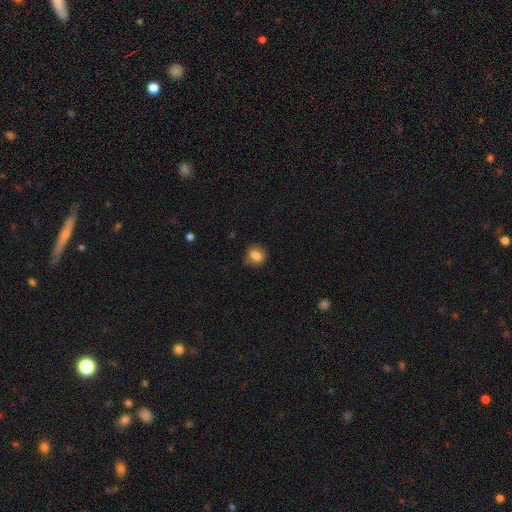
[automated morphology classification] Smooth or featured? Predicted: smooth (p=0.81). How rounded? Predicted: round (p=0.60). Merging? Predicted: none (p=0.74).